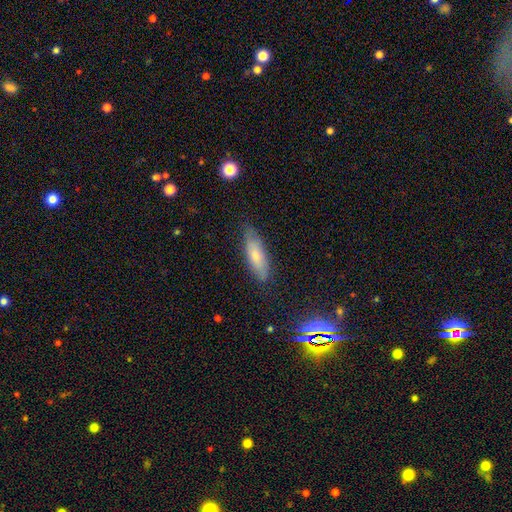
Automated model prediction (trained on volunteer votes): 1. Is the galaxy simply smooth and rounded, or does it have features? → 68% smooth, 25% featured or disk, 7% star or artifact.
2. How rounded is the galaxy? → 50% cigar-shaped, 48% in between, 2% round.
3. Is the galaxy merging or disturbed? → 78% none, 18% minor disturbance, 3% major disturbance, 1% merger.